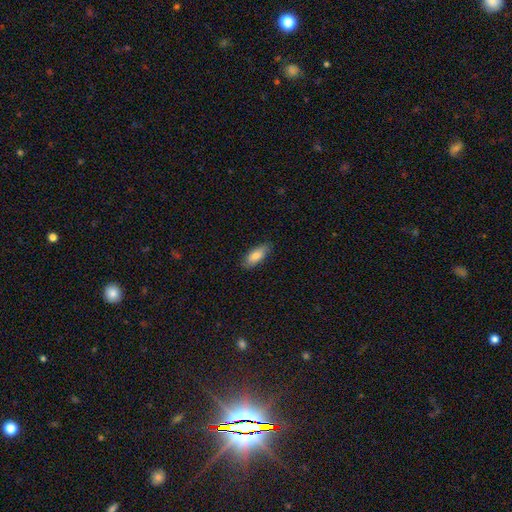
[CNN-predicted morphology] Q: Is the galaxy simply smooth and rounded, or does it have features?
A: smooth — 82%.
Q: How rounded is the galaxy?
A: in between — 81%.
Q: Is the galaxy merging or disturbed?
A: none — 85%.